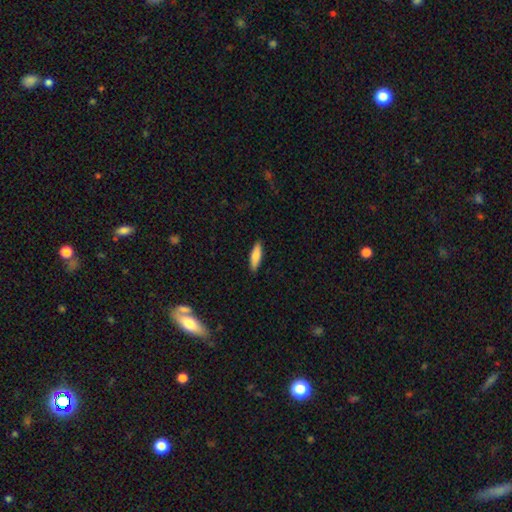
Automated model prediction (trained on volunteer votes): Morphology: type=smooth (82%); roundness=cigar-shaped (63%); merging=none (90%).